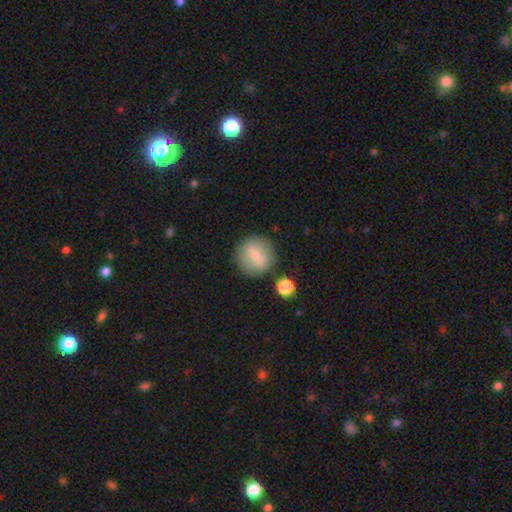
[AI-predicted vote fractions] Overall: smooth (67%). How rounded: round (90%). Merging: none (80%).